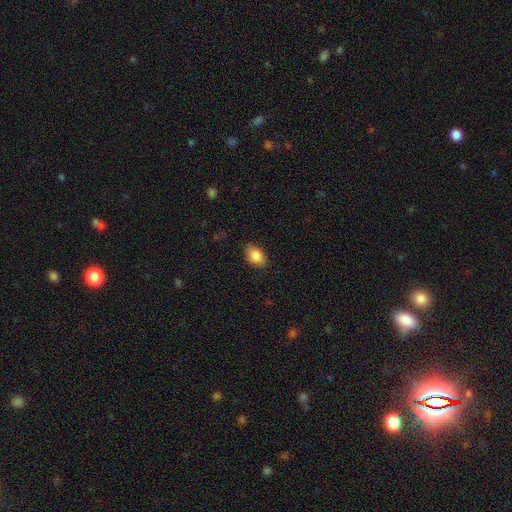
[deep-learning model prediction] Smooth or featured? smooth (85%)
How rounded? in between (88%)
Merging? none (86%)